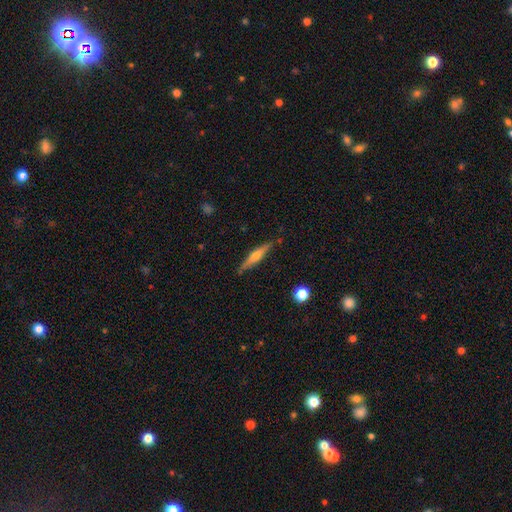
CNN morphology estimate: Smooth or featured?
  - featured or disk: 58% *
  - smooth: 36%
  - star or artifact: 6%
Edge-on disk?
  - yes: 96% *
  - no: 4%
Edge-on bulge?
  - rounded: 83% *
  - none: 10%
  - boxy: 7%
Merging?
  - none: 85% *
  - minor disturbance: 11%
  - major disturbance: 2%
  - merger: 2%